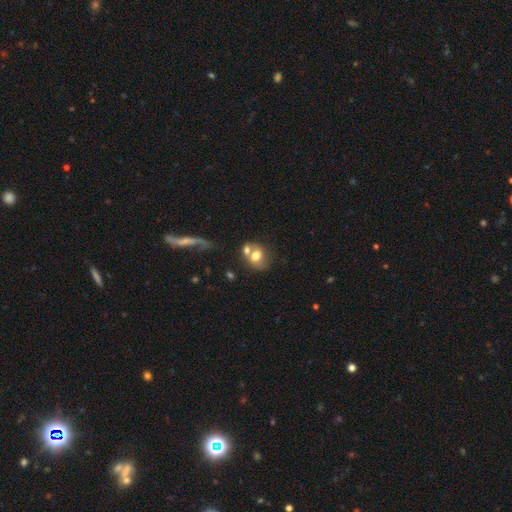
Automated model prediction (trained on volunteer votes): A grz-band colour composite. It shows a smooth galaxy with no disk features (65%) that is round (54%). Merging: merger (45%).